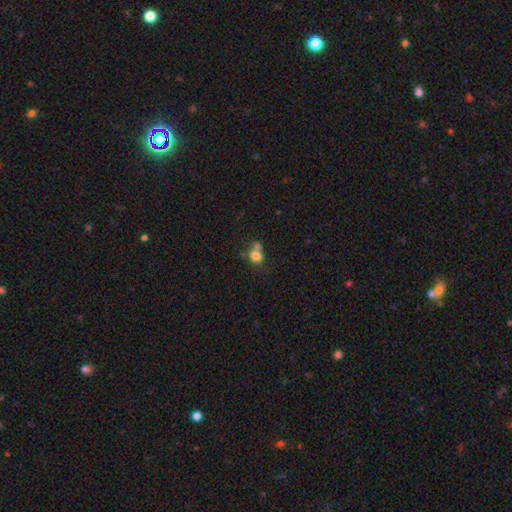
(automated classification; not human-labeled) This appears to be a smooth galaxy with no disk features (78%) that is round (66%). Merging: merger (43%).